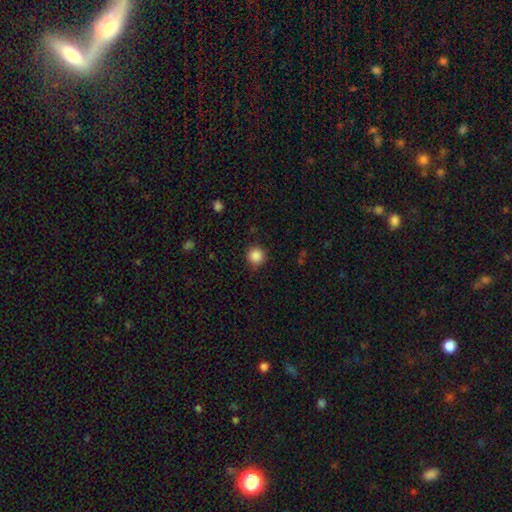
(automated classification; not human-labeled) Morphology: type=smooth (87%); roundness=round (94%); merging=none (89%).